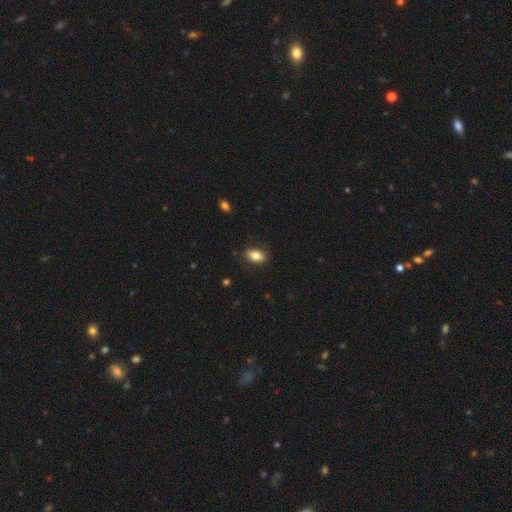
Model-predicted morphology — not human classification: This appears to be a smooth galaxy with no disk features (83%) that is in between round and cigar-shaped (88%). Merging: none (86%).